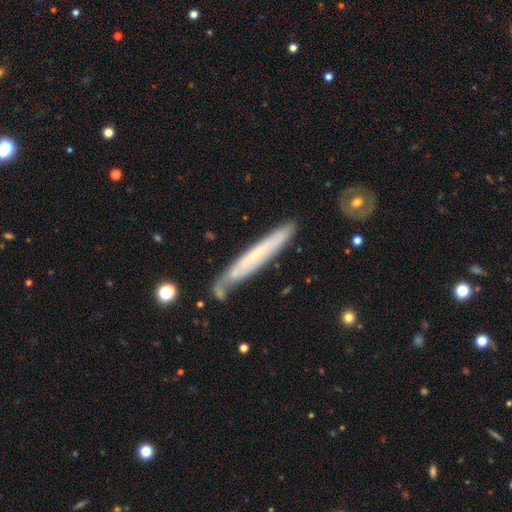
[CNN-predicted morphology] This appears to be a featured or disk galaxy (57%) viewed edge-on (78%). Merging: none (72%).